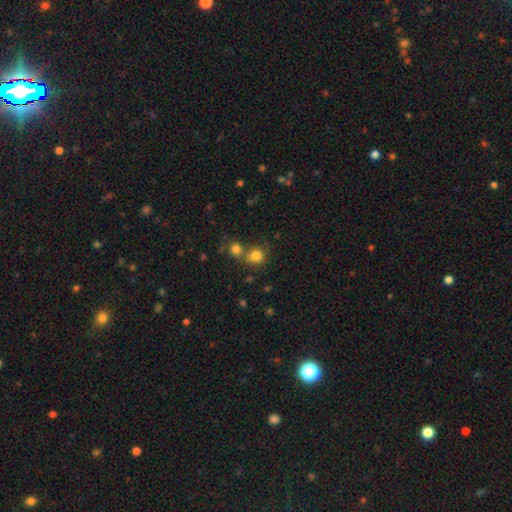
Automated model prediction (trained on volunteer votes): Overall: smooth (81%). How rounded: round (85%). Merging: none (52%; merger 37%).